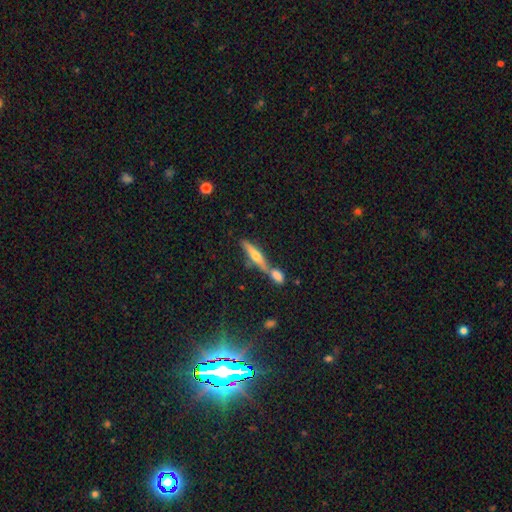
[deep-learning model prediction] A featured or disk galaxy (54%) viewed edge-on (90%).

Vote fractions:
- Smooth or featured? featured or disk: 54% / smooth: 37% / star or artifact: 9%
- Edge-on disk? yes: 90% / no: 10%
- Merging? none: 47% / merger: 39% / minor disturbance: 10% / major disturbance: 4%